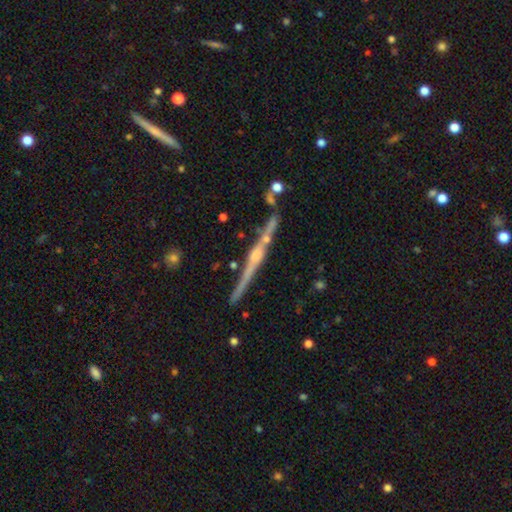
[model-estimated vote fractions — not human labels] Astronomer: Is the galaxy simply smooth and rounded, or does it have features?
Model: featured or disk — 81%.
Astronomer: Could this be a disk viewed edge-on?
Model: yes — 98%.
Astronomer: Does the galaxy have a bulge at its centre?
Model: rounded — 69%.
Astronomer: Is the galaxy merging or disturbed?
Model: none — 84%.